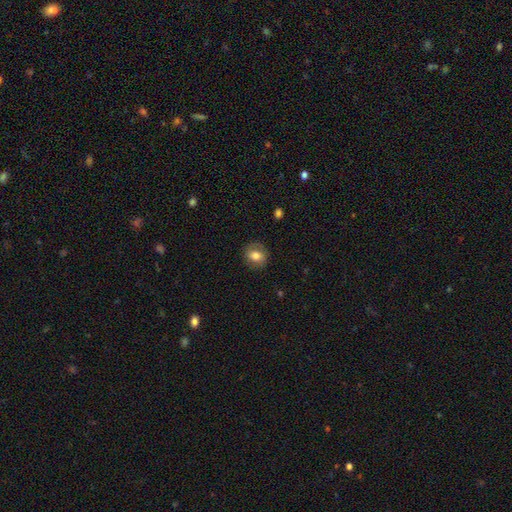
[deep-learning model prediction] Morphology: type=smooth (68%); roundness=round (64%); merging=none (81%).